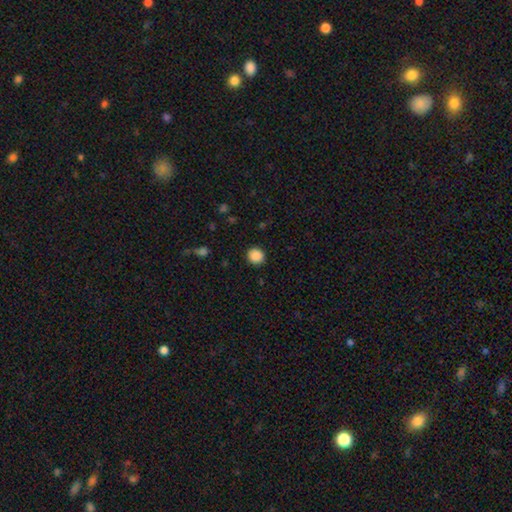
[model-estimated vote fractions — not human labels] Smooth or featured? smooth (88%)
How rounded? round (89%)
Merging? none (91%)